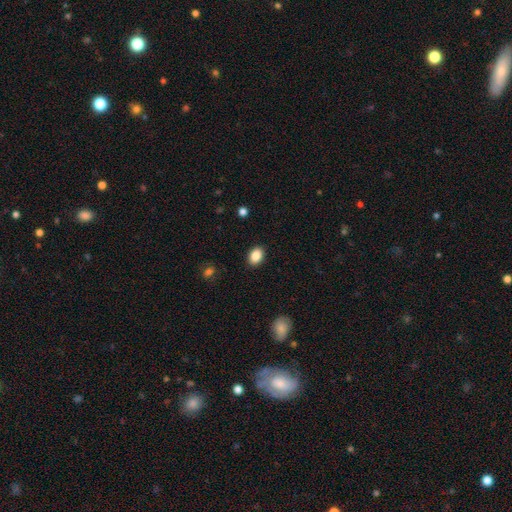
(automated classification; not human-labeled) This is clearly a smooth galaxy (87%). How rounded: likely in between (77%). Merging: clearly none (89%).